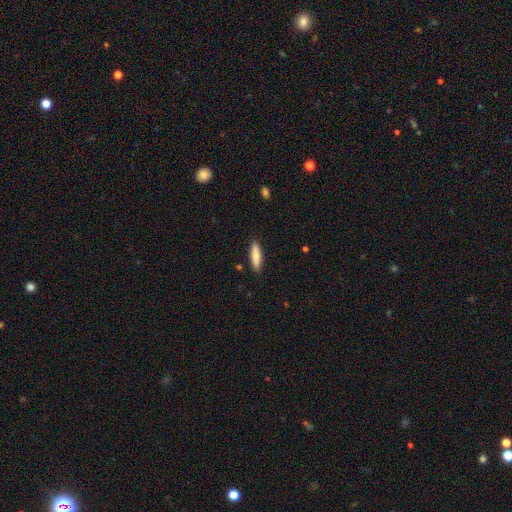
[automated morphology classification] Smooth or featured? Predicted: smooth (p=0.80). How rounded? Predicted: cigar-shaped (p=0.75). Merging? Predicted: none (p=0.89).